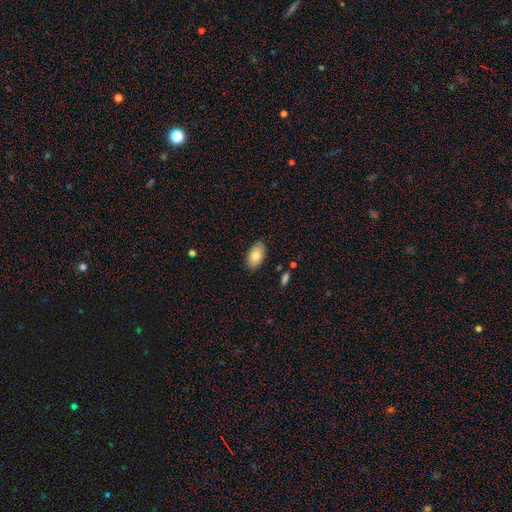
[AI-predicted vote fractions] A smooth galaxy with no disk features (80%) that is in between round and cigar-shaped (94%). Merging: none (86%).